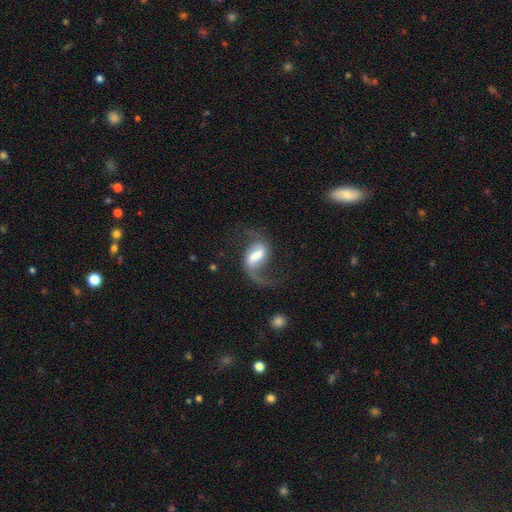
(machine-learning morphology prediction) smooth-or-featured: featured or disk: 80% | smooth: 13% | star or artifact: 7%
  disk-edge-on: no: 97% | yes: 3%
    bar: strong: 46% | weak: 41% | no: 13%
    has-spiral-arms: yes: 94% | no: 6%
      spiral-winding: loose: 77% | medium: 20% | tight: 4%
      spiral-arm-count: 2: 80% | 1: 16% | can't tell: 2% | 3: 1% | 4: 1% | more than 4: 1%
    bulge-size: moderate: 31% (tied) | large: 31% (tied) | none: 15% | small: 15% | dominant: 7%
  merging: none: 52% | major disturbance: 29% | minor disturbance: 16% | merger: 4%